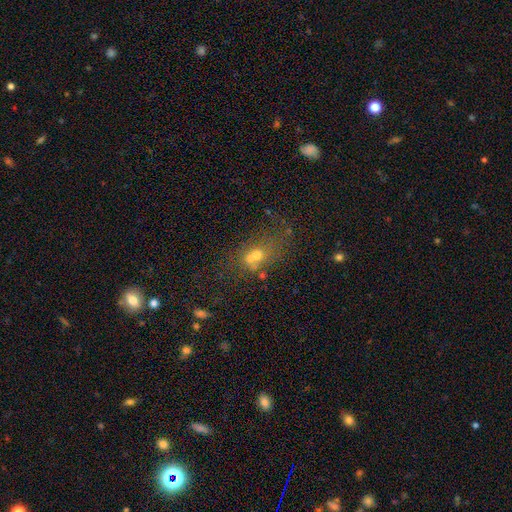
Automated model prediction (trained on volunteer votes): Overall: smooth (52%; featured or disk 26%). How rounded: round (52%; in between 45%). Merging: merger (48%; none 32%).